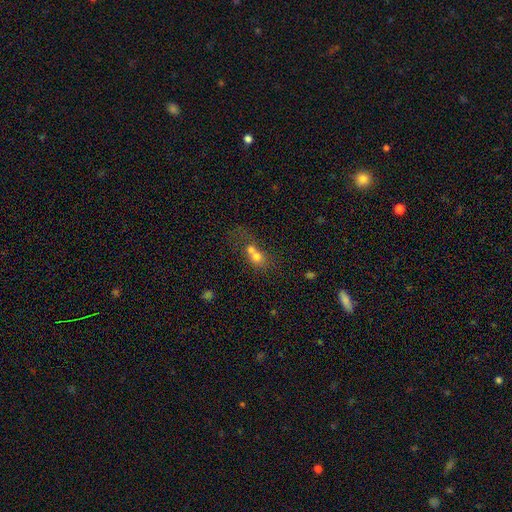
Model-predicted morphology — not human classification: smooth_or_featured: smooth (p=0.66) [alt: featured or disk p=0.20]
how_rounded: round (p=0.63) [alt: in between p=0.35]
merging: merger (p=0.69) [alt: none p=0.18]